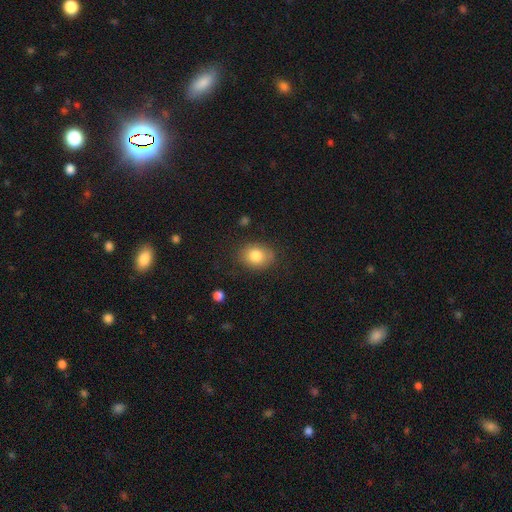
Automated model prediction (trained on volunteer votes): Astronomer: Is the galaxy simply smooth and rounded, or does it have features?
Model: smooth — 81%.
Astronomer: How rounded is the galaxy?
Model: in between — 58% (runner-up: round, 41%).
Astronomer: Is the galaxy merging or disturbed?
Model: none — 79%.